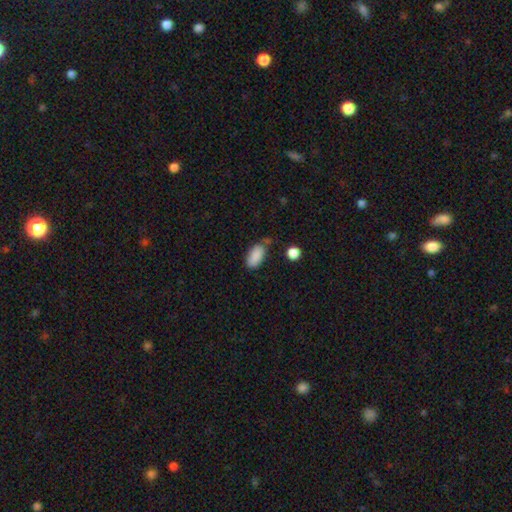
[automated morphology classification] smooth 87%, star or artifact 7%, featured or disk 5%. Down the decision tree: how rounded — in between (92%); merging — none (63%).